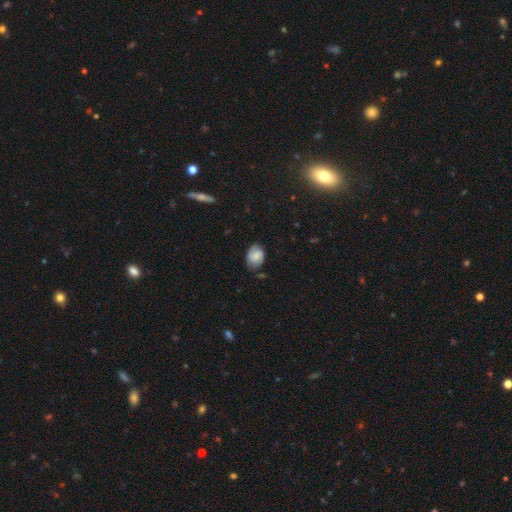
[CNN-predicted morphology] smooth 56%, featured or disk 35%, star or artifact 9%. Down the decision tree: how rounded — in between (73%); merging — none (71%).